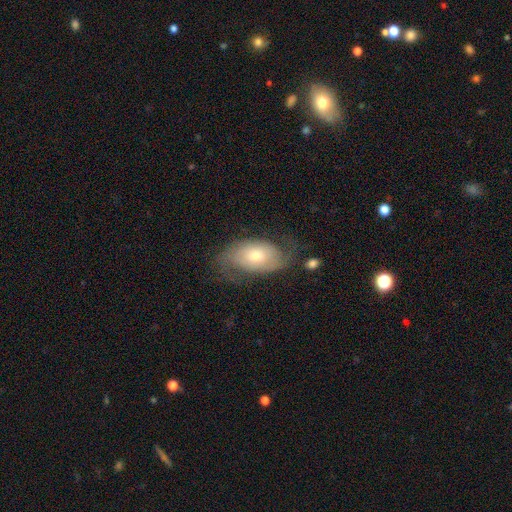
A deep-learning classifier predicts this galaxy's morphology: Smooth or featured: featured or disk — 60% (smooth — 30%)
Edge-on disk: no — 91% (yes — 9%)
Bar: no — 77% (weak — 18%)
Spiral arms: yes — 78% (no — 22%)
Bulge size: moderate — 60% (small — 32%)
Merging: none — 66% (minor disturbance — 21%)